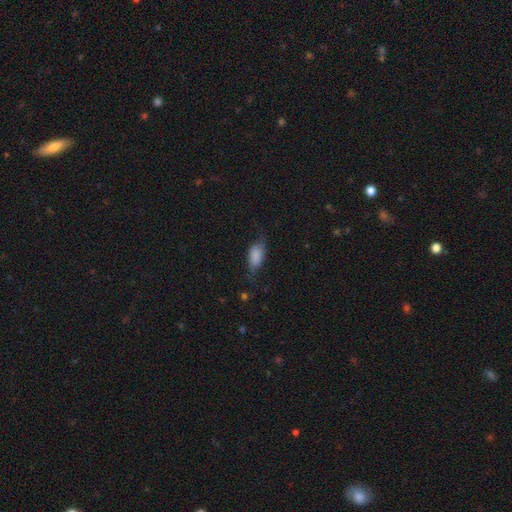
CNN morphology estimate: Smooth or featured? smooth (75%)
How rounded? in between (89%)
Merging? none (51%)